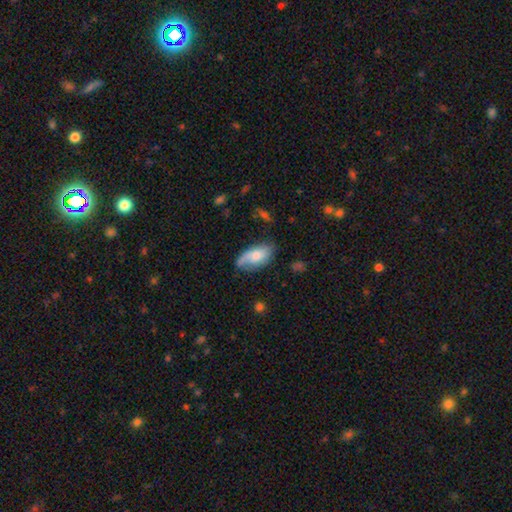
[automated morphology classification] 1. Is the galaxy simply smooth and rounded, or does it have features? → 64% smooth, 29% featured or disk, 7% star or artifact.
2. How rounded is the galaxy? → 91% in between, 6% cigar-shaped, 3% round.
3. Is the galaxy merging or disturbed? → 55% none, 30% minor disturbance, 11% major disturbance, 3% merger.